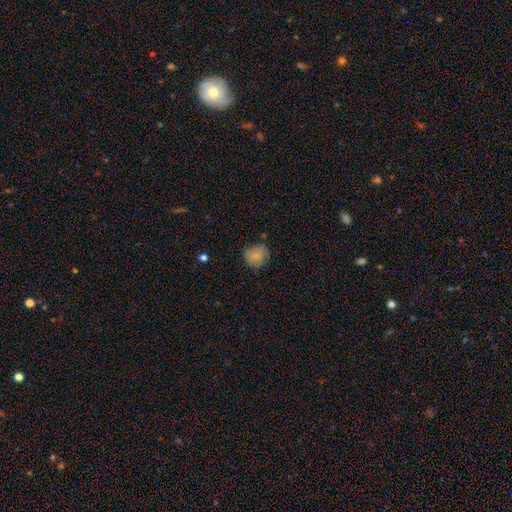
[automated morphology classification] Smooth or featured: smooth — 78% (featured or disk — 12%)
How rounded: round — 76% (in between — 23%)
Merging: none — 60% (minor disturbance — 29%)